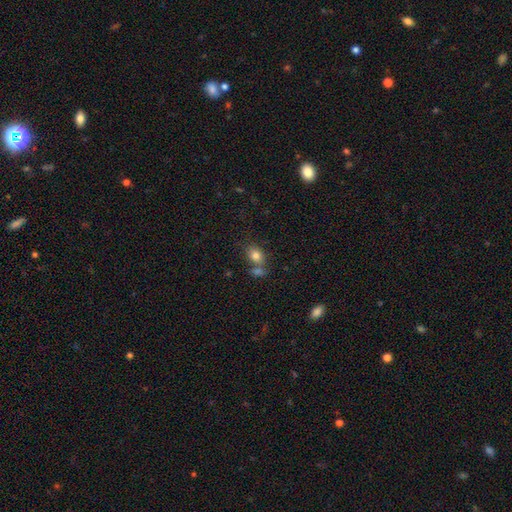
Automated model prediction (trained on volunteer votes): smooth-or-featured: smooth: 81% | star or artifact: 10% | featured or disk: 9%
  how-rounded: in between: 71% | round: 28% | cigar-shaped: 2%
  merging: none: 50% | merger: 33% | minor disturbance: 12% | major disturbance: 5%